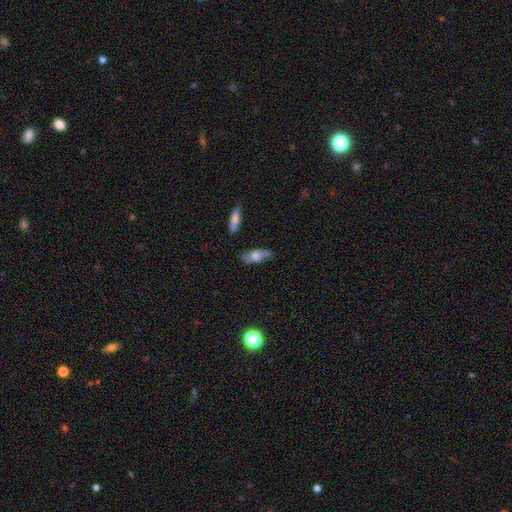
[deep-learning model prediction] Q: Smooth or featured?
A: featured or disk (49%); runner-up: smooth (44%)
Q: Merging?
A: none (65%); runner-up: minor disturbance (25%)